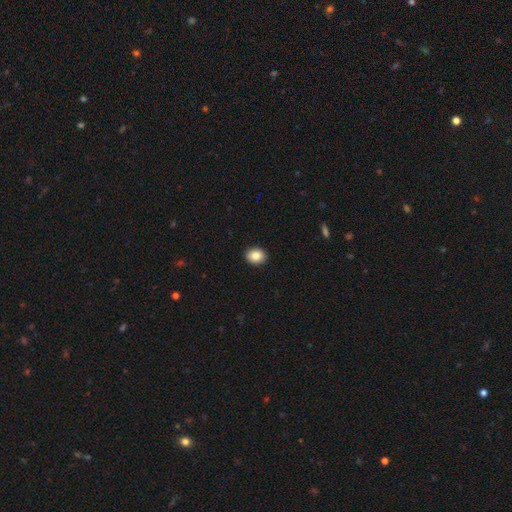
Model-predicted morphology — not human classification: Overall: smooth (85%). How rounded: round (50%; in between 49%). Merging: none (92%).